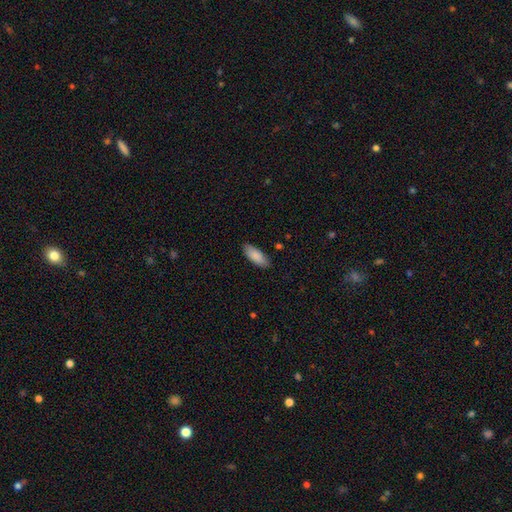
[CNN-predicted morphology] Smooth or featured? Predicted: smooth (p=0.89). How rounded? Predicted: in between (p=0.78). Merging? Predicted: none (p=0.86).